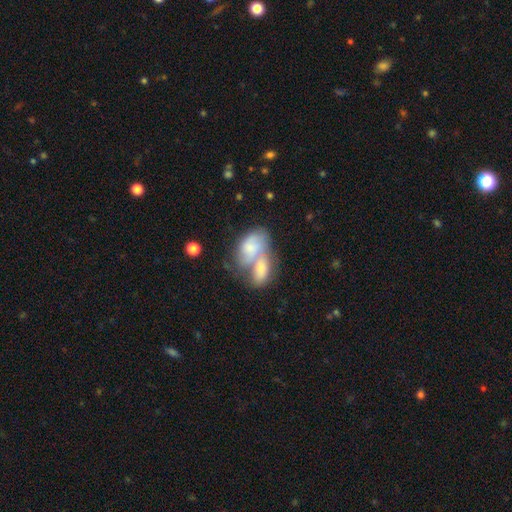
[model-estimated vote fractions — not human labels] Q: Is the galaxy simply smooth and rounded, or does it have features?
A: smooth — 51%.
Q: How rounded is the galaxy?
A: in between — 80%.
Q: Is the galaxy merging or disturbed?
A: merger — 75%.